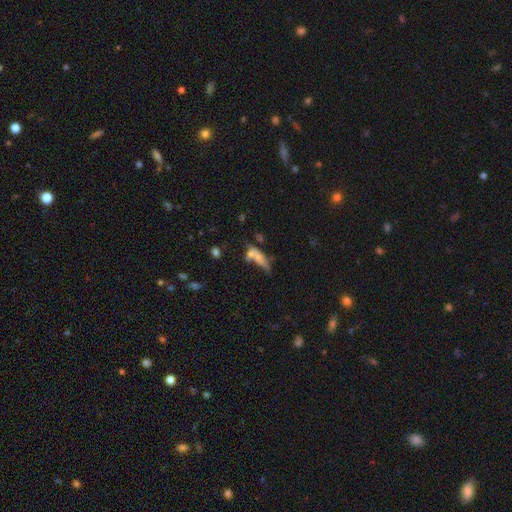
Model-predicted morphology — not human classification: This is possibly a smooth galaxy (59%). How rounded: possibly in between (51%). Merging: marginally merger (38%).